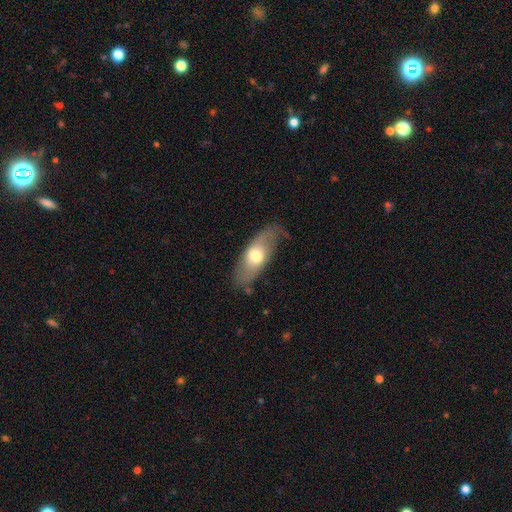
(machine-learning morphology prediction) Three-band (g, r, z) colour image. It shows a smooth galaxy with no disk features (54%) that is in between round and cigar-shaped (80%). Merging: none (66%).